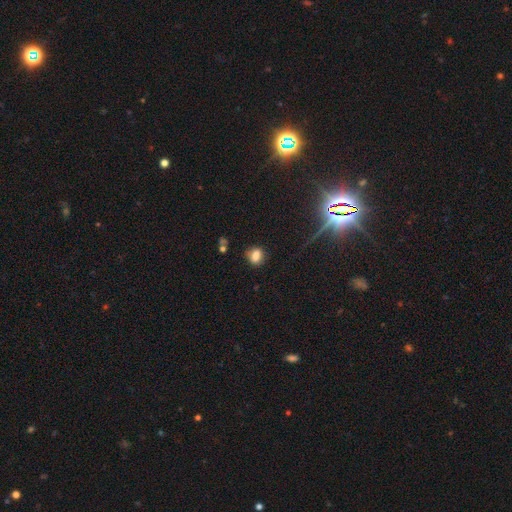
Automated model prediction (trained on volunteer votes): Smooth or featured? Predicted: smooth (p=0.78). How rounded? Predicted: in between (p=0.57). Merging? Predicted: none (p=0.76).